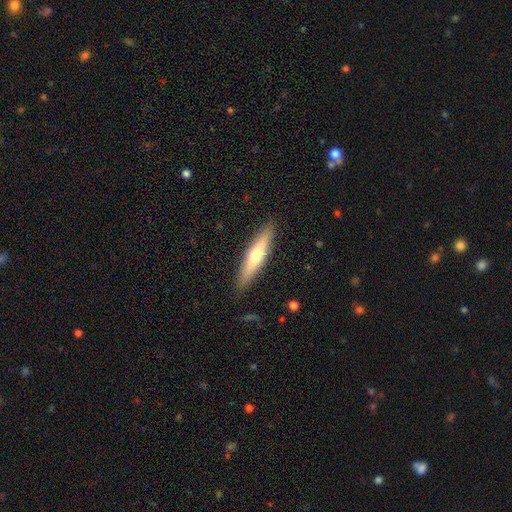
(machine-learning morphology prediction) The model was most divided on "smooth or featured": smooth: 57%, featured or disk: 38%, star or artifact: 6%. More confident: merging — none (88%); how rounded — cigar-shaped (82%).